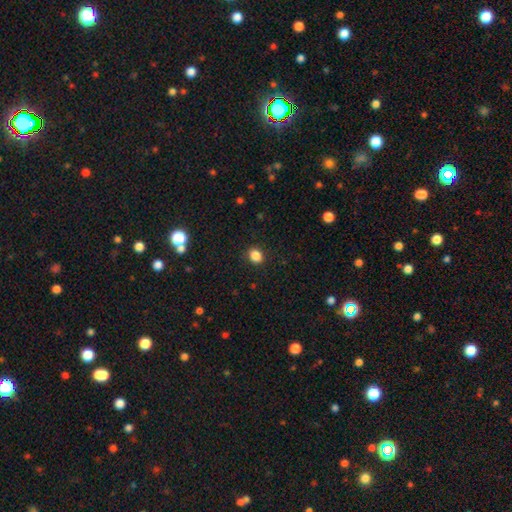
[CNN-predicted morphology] smooth_or_featured: smooth (p=0.86) [alt: star or artifact p=0.11]
how_rounded: round (p=0.51) [alt: in between p=0.48]
merging: none (p=0.88) [alt: minor disturbance p=0.08]